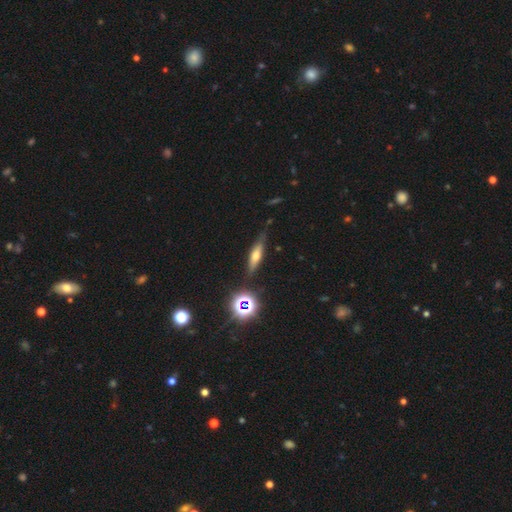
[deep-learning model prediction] The model was most divided on "smooth or featured": smooth: 48%, featured or disk: 38%, star or artifact: 15%. More confident: merging — none (76%).